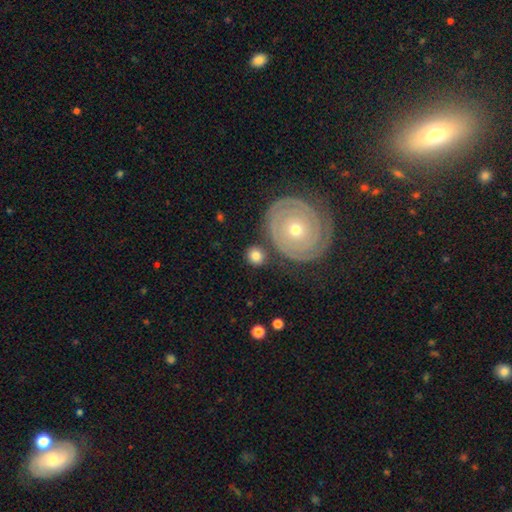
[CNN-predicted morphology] Smooth or featured? Predicted: smooth (p=0.72). How rounded? Predicted: round (p=0.81). Merging? Predicted: none (p=0.81).